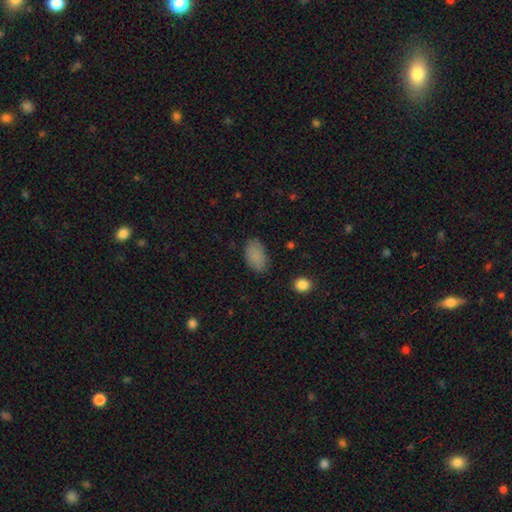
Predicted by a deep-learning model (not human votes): Smooth or featured? Predicted: smooth (p=0.86). How rounded? Predicted: in between (p=0.93). Merging? Predicted: none (p=0.81).